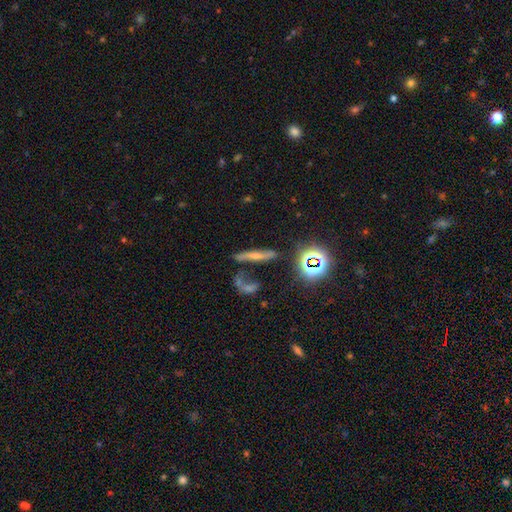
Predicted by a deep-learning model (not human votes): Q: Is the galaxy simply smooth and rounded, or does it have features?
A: smooth — 38%, tied with featured or disk.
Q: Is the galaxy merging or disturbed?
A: none — 46%.